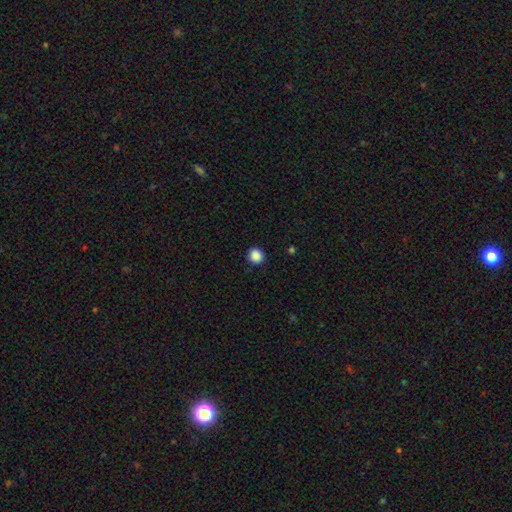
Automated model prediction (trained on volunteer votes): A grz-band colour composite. It shows a smooth galaxy with no disk features (88%) that is round (91%). Merging: none (91%).